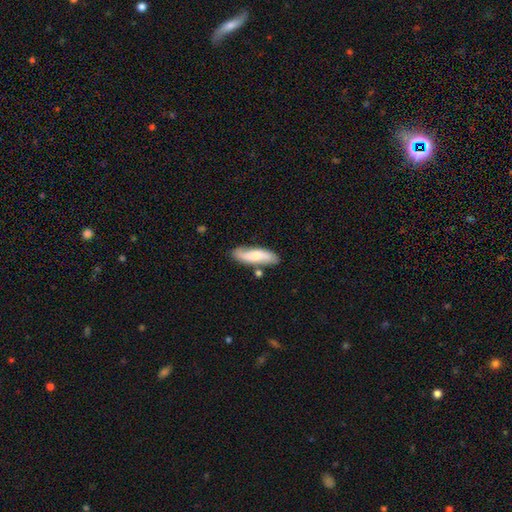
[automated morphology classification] The model was most divided on "how rounded" (2-way tie): cigar-shaped: 49%, in between: 49%, round: 2%. More confident: merging — none (72%); smooth or featured — smooth (56%).